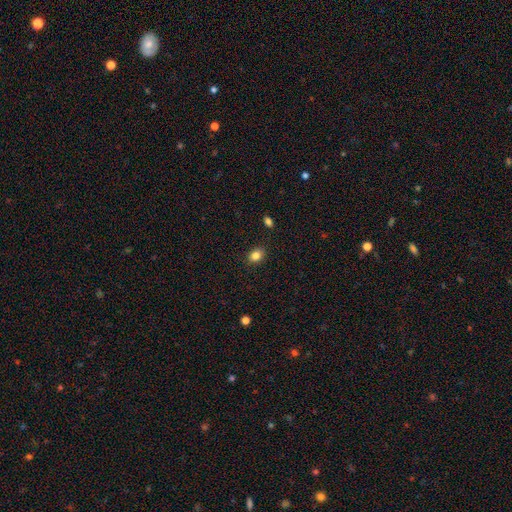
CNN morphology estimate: Smooth or featured?
  - smooth: 84% *
  - star or artifact: 10%
  - featured or disk: 6%
How rounded?
  - in between: 64% *
  - round: 34%
  - cigar-shaped: 1%
Merging?
  - none: 87% *
  - minor disturbance: 9%
  - major disturbance: 2%
  - merger: 1%